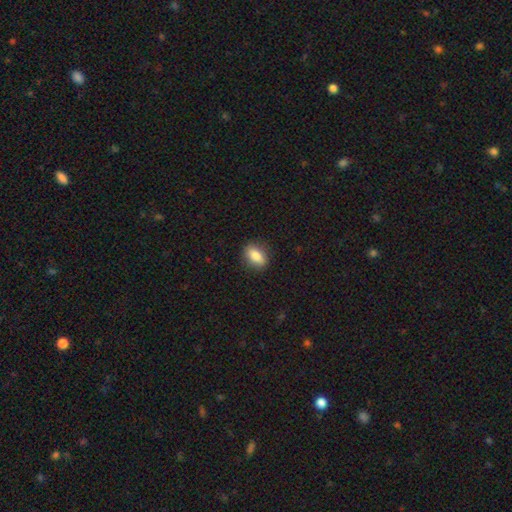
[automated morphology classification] Smooth or featured: smooth — 80% (featured or disk — 13%)
How rounded: in between — 79% (round — 13%)
Merging: none — 86% (minor disturbance — 10%)